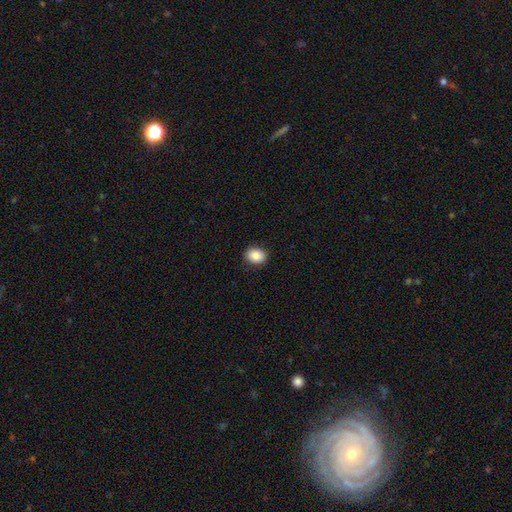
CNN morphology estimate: This appears to be a smooth galaxy with no disk features (86%) that is in between round and cigar-shaped (54%). Merging: none (88%).